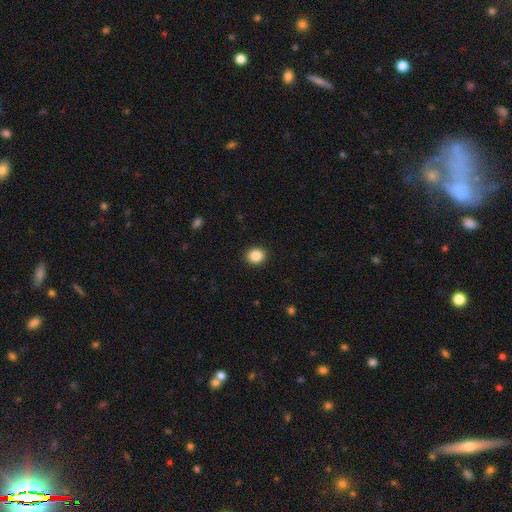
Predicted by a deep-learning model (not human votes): Smooth or featured? smooth (87%)
How rounded? round (74%)
Merging? none (92%)